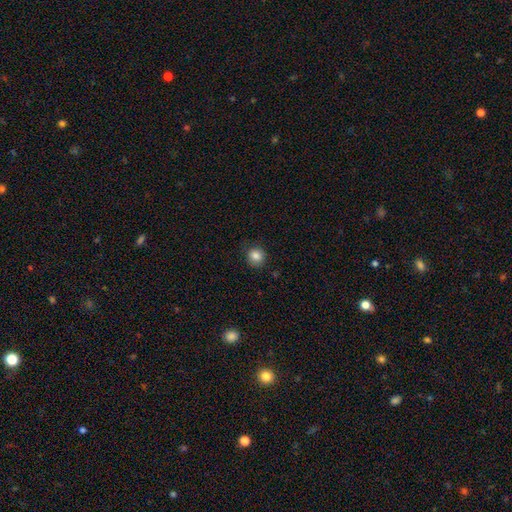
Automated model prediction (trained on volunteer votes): Smooth or featured? Predicted: smooth (p=0.84). How rounded? Predicted: round (p=0.88). Merging? Predicted: none (p=0.86).